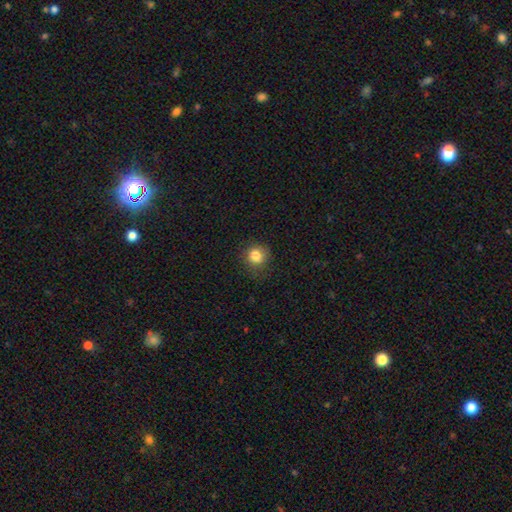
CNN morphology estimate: Q: Smooth or featured?
A: smooth (84%); runner-up: star or artifact (11%)
Q: How rounded?
A: round (77%); runner-up: in between (22%)
Q: Merging?
A: none (74%); runner-up: minor disturbance (19%)